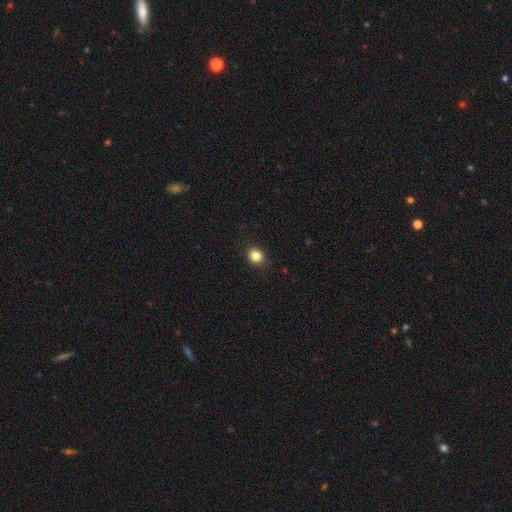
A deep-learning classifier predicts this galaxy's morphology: Smooth or featured?
  - smooth: 83% *
  - star or artifact: 12%
  - featured or disk: 5%
How rounded?
  - round: 72% *
  - in between: 27%
  - cigar-shaped: 1%
Merging?
  - none: 87% *
  - minor disturbance: 10%
  - major disturbance: 2%
  - merger: 1%